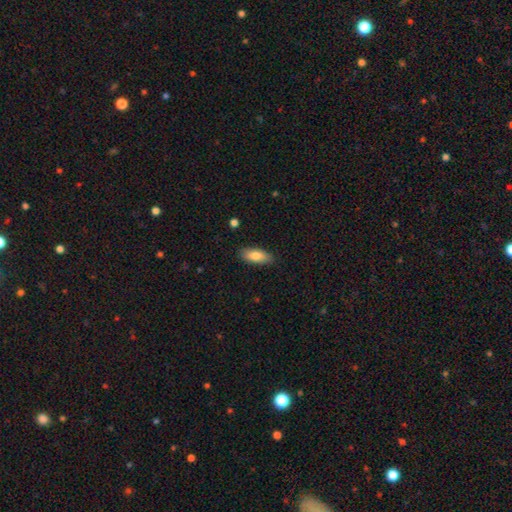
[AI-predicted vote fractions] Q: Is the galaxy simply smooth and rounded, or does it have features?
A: smooth — 82%.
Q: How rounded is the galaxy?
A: in between — 79%.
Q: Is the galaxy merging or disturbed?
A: none — 86%.